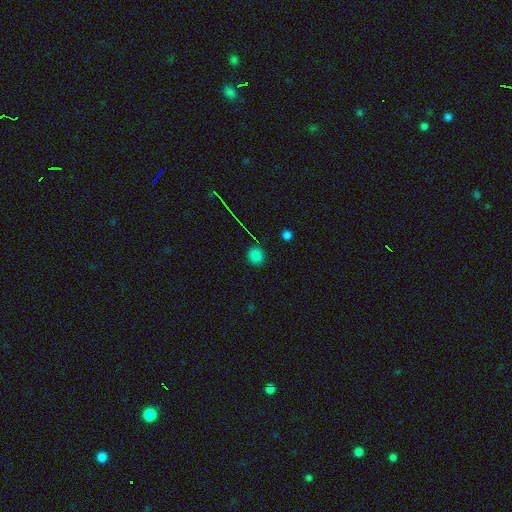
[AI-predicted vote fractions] A smooth galaxy with no disk features (79%) that is round (83%). Merging: none (87%).